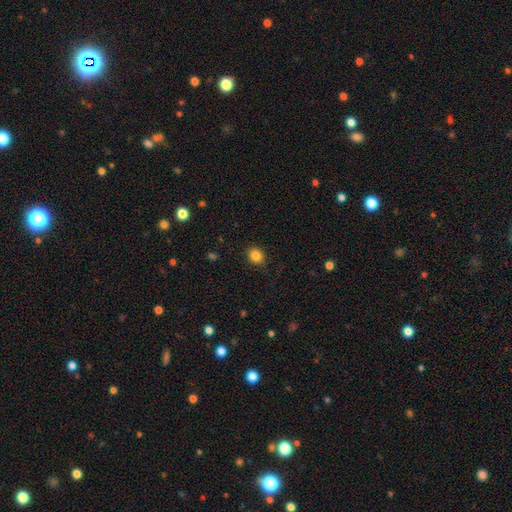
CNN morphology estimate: smooth 84%, star or artifact 11%, featured or disk 5%. Down the decision tree: how rounded — round (66%); merging — none (85%).